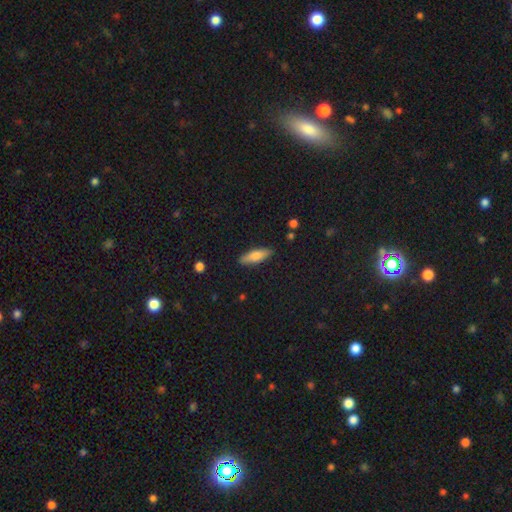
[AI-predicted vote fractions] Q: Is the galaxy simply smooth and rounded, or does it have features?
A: smooth — 74%.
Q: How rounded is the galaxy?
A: in between — 51%.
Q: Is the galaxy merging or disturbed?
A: none — 86%.